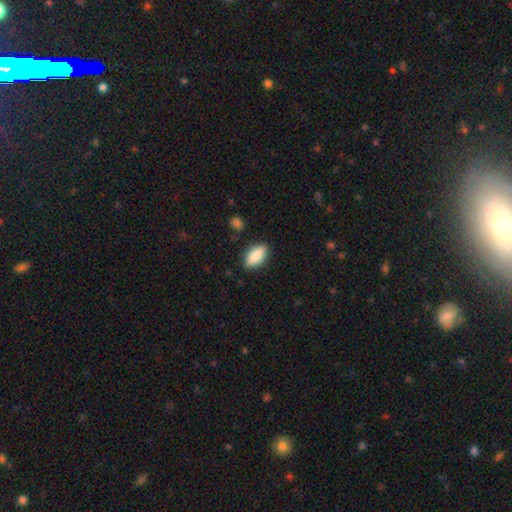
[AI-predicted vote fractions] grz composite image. It shows a smooth galaxy with no disk features (86%) that is in between round and cigar-shaped (86%). Merging: none (86%).